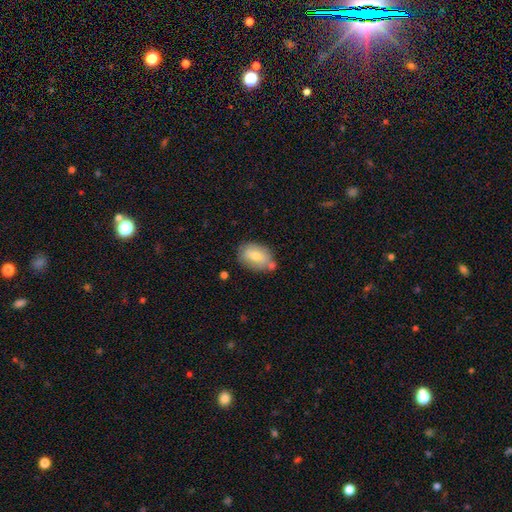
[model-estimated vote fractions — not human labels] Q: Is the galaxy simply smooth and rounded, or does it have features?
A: smooth — 70%.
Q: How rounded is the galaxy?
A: in between — 83%.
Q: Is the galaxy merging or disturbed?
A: none — 67%.